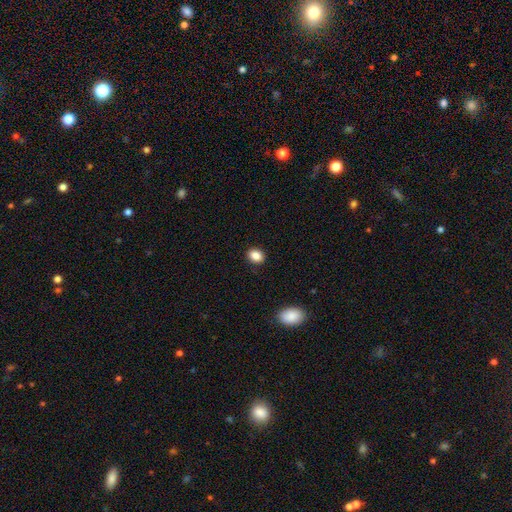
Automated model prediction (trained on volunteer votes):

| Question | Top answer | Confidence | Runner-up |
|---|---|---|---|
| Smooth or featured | smooth | 86% | star or artifact (10%) |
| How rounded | in between | 53% | round (46%) |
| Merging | none | 90% | minor disturbance (7%) |